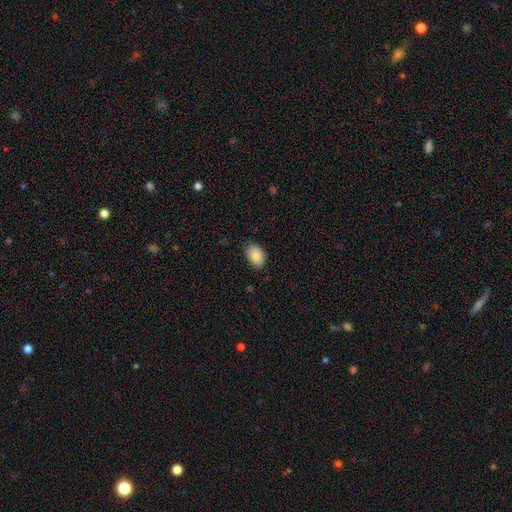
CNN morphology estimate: Overall: smooth (85%). How rounded: in between (87%). Merging: none (81%).